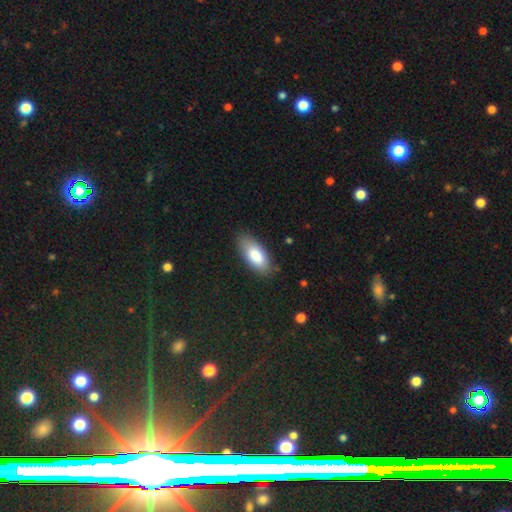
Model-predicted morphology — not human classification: Smooth or featured?
  - smooth: 82% *
  - featured or disk: 11%
  - star or artifact: 6%
How rounded?
  - in between: 88% *
  - cigar-shaped: 10%
  - round: 2%
Merging?
  - none: 82% *
  - minor disturbance: 14%
  - major disturbance: 3%
  - merger: 1%